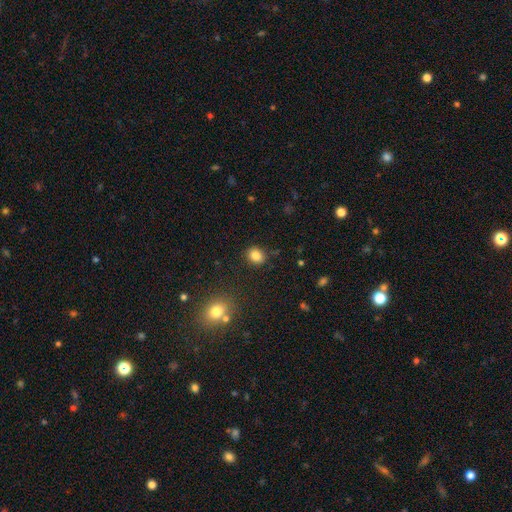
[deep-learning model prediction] Morphology: type=smooth (83%); roundness=round (61%); merging=none (85%).